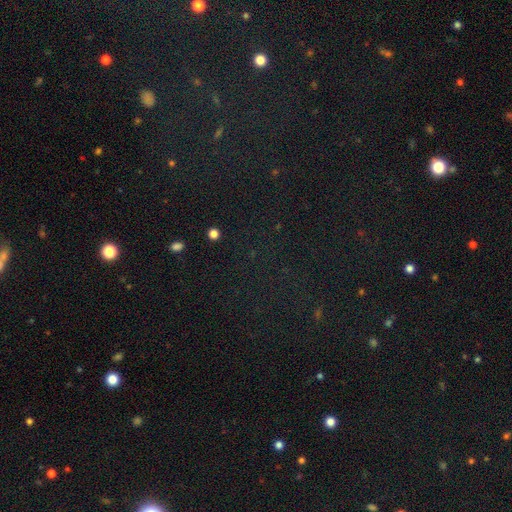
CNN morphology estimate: This is likely a star or artifact rather than a galaxy (72%).